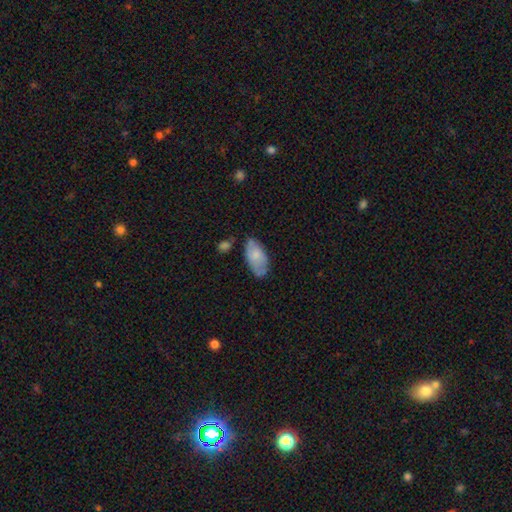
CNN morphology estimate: Smooth or featured: smooth — 72% (featured or disk — 22%)
How rounded: in between — 94% (cigar-shaped — 4%)
Merging: none — 58% (minor disturbance — 30%)